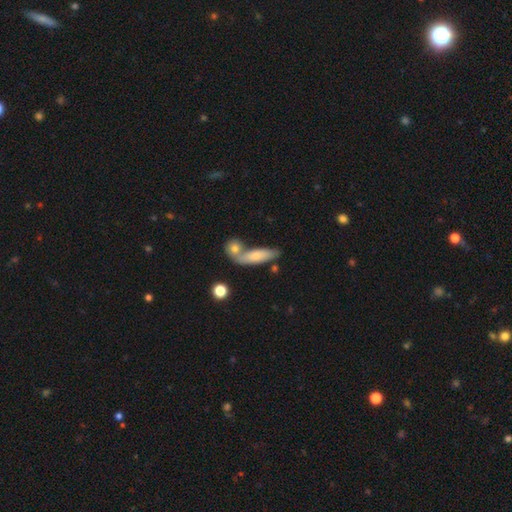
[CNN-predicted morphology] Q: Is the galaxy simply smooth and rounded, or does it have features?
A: smooth — 67%.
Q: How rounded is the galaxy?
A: cigar-shaped — 54%.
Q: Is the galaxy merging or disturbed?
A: none — 49%.